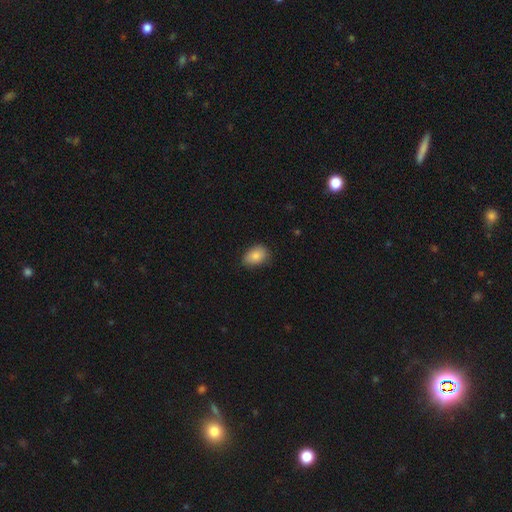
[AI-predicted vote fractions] smooth 86%, star or artifact 8%, featured or disk 6%. Down the decision tree: how rounded — in between (83%); merging — none (72%).